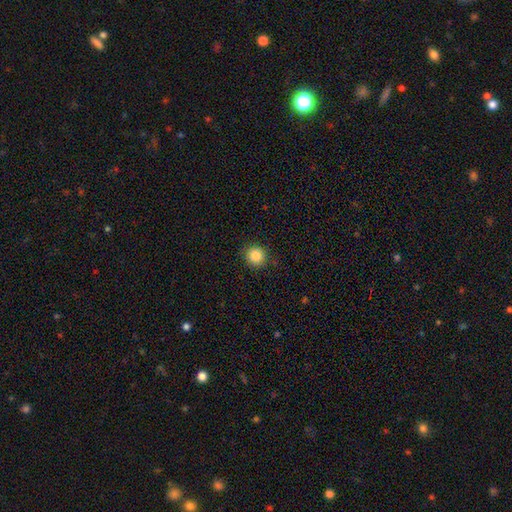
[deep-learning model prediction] Q: Smooth or featured?
A: smooth (85%); runner-up: star or artifact (10%)
Q: How rounded?
A: round (93%); runner-up: in between (6%)
Q: Merging?
A: none (90%); runner-up: minor disturbance (7%)